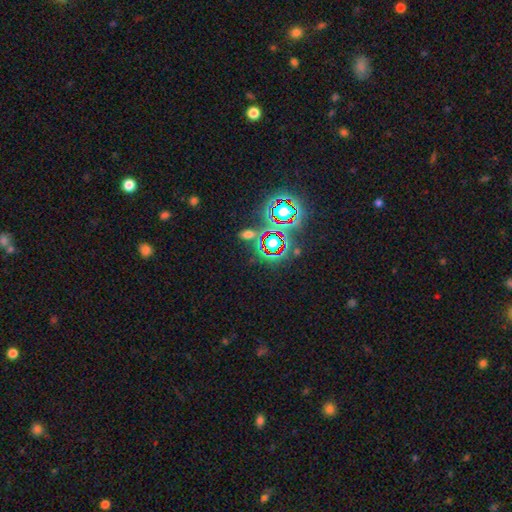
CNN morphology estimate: Smooth or featured: star or artifact — 69% (smooth — 20%)